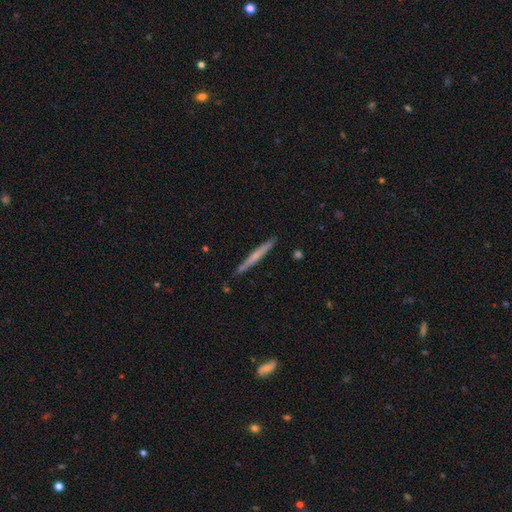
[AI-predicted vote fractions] Smooth or featured?
  - smooth: 47% * (tied)
  - featured or disk: 47% * (tied)
  - star or artifact: 6%
Merging?
  - none: 88% *
  - minor disturbance: 9%
  - merger: 2%
  - major disturbance: 1%